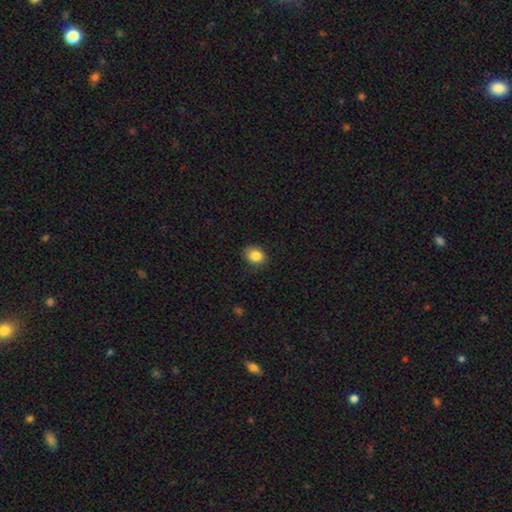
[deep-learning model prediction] Smooth or featured: smooth — 85% (star or artifact — 9%)
How rounded: in between — 58% (round — 41%)
Merging: none — 83% (minor disturbance — 13%)